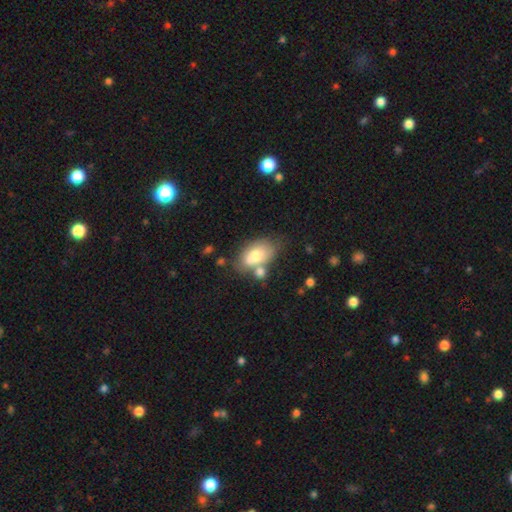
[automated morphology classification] This is likely a smooth galaxy (76%). How rounded: clearly in between (91%). Merging: possibly none (49%).